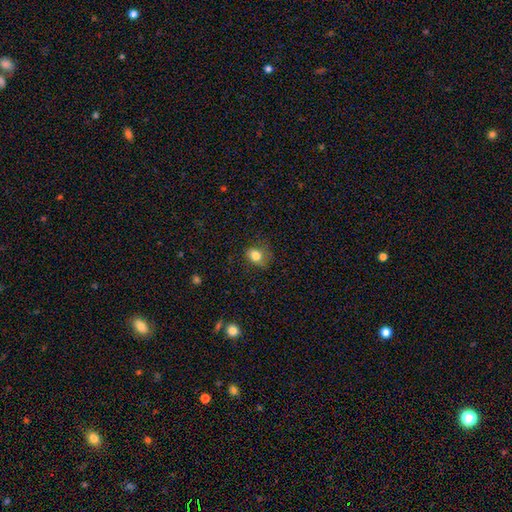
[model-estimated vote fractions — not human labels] Q: Smooth or featured?
A: smooth (82%); runner-up: star or artifact (11%)
Q: How rounded?
A: round (51%); runner-up: in between (48%)
Q: Merging?
A: none (60%); runner-up: minor disturbance (27%)